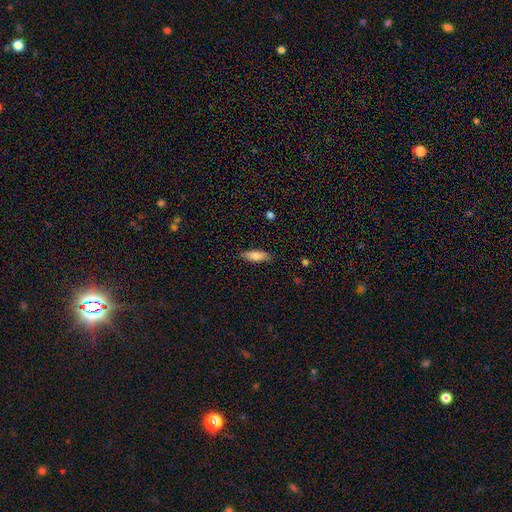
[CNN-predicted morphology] Smooth or featured? smooth (80%)
How rounded? in between (58%)
Merging? none (83%)